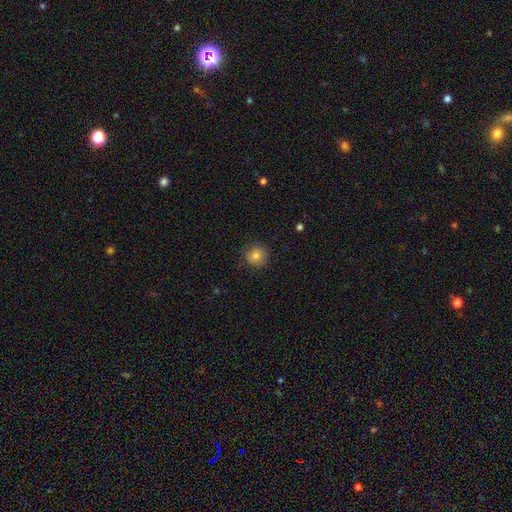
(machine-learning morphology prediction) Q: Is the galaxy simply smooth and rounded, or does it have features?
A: smooth — 80%.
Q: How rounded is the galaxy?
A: round — 92%.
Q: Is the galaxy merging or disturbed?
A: none — 85%.